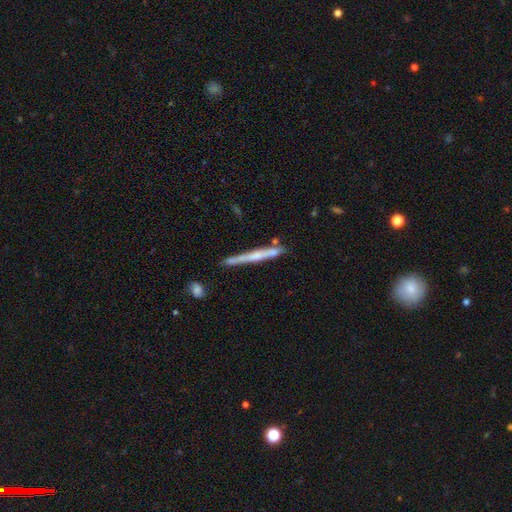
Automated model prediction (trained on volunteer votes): Smooth or featured: featured or disk — 52% (smooth — 41%)
Edge-on disk: yes — 94% (no — 6%)
Merging: none — 71% (minor disturbance — 17%)